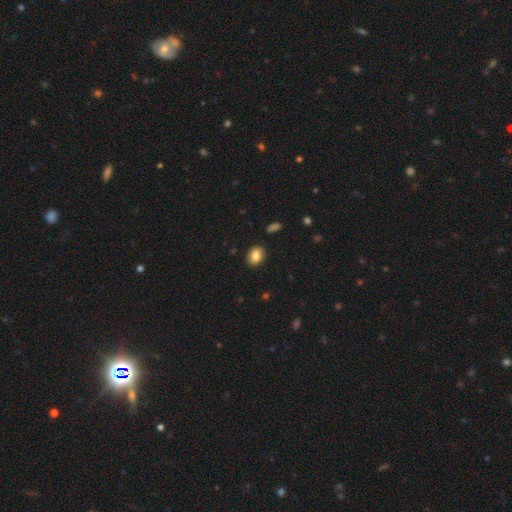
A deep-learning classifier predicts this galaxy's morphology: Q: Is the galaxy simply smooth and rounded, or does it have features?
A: smooth — 85%.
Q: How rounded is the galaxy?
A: in between — 68%.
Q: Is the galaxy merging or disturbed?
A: none — 88%.